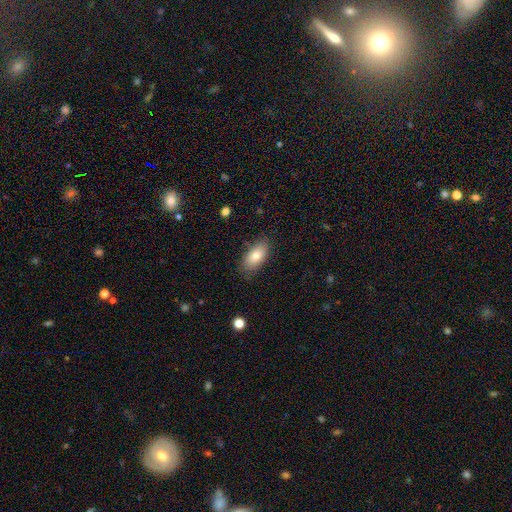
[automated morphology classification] Overall: smooth (81%). How rounded: in between (92%). Merging: none (82%).